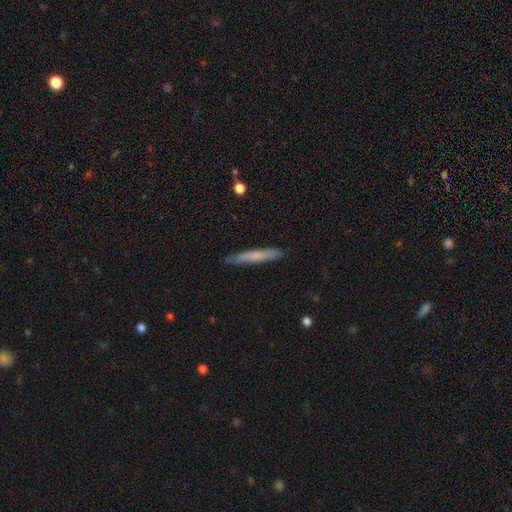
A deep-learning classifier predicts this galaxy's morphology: A smooth galaxy with no disk features (65%) that is cigar-shaped (95%). Merging: none (87%).